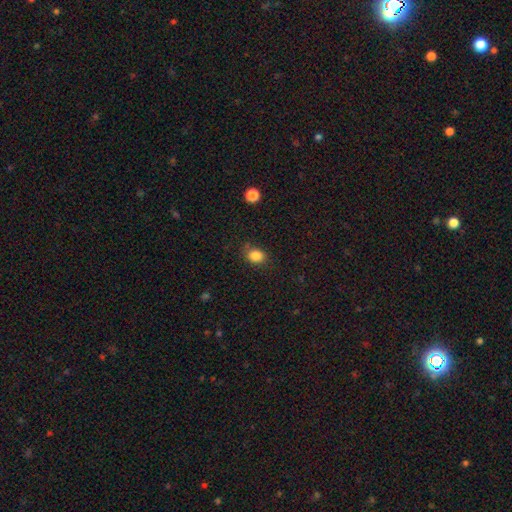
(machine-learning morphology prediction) Q: Smooth or featured?
A: smooth (84%); runner-up: star or artifact (11%)
Q: How rounded?
A: in between (53%); runner-up: round (46%)
Q: Merging?
A: none (79%); runner-up: minor disturbance (15%)